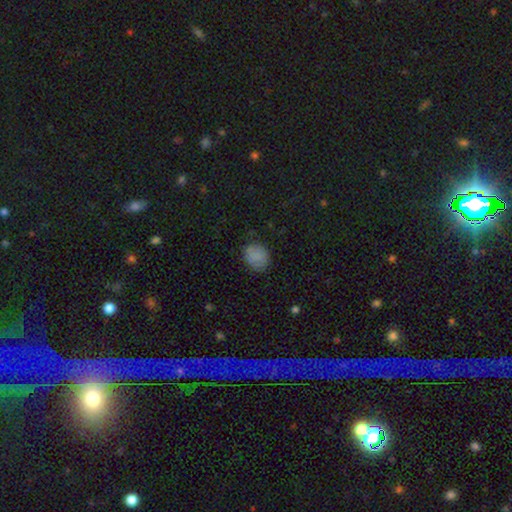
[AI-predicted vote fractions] Smooth or featured? smooth (82%)
How rounded? round (58%)
Merging? none (76%)